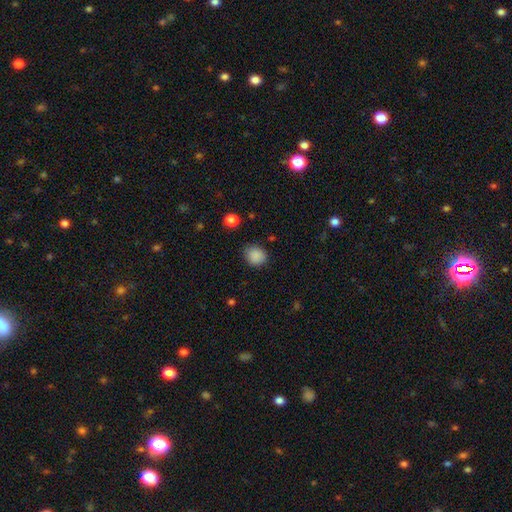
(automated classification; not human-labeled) Smooth or featured? Predicted: smooth (p=0.87). How rounded? Predicted: round (p=0.67). Merging? Predicted: none (p=0.79).